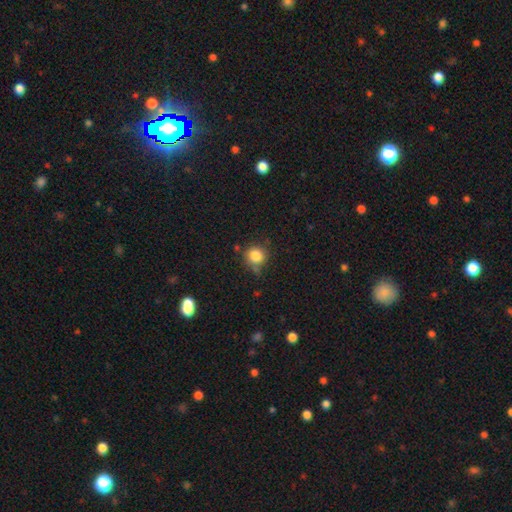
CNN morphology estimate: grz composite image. It shows a smooth galaxy with no disk features (83%) that is round (90%). Merging: none (72%).